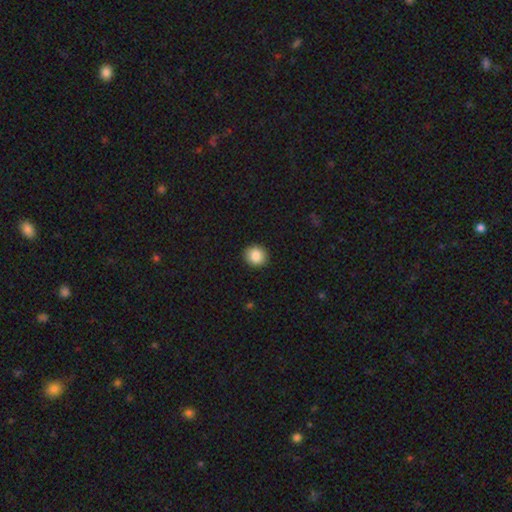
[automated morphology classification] The model was most divided on "how rounded": round: 86%, in between: 13%, cigar-shaped: 1%. More confident: merging — none (92%); smooth or featured — smooth (87%).